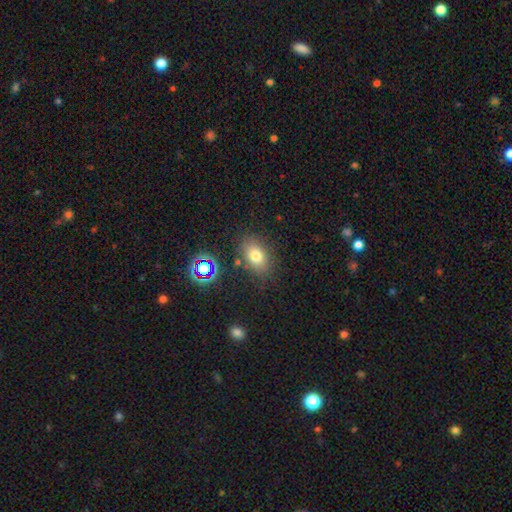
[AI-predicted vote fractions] Morphology: type=smooth (73%); roundness=in between (77%); merging=none (80%).